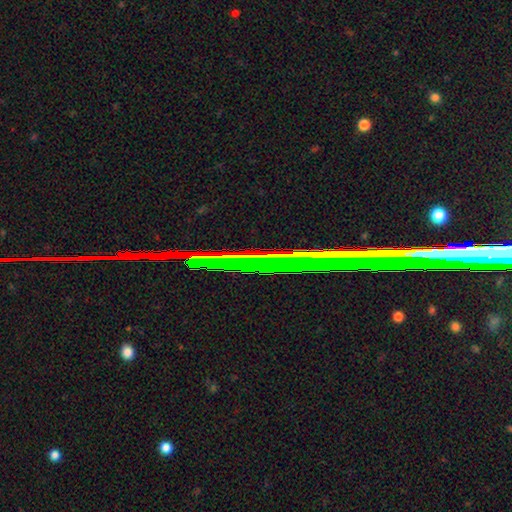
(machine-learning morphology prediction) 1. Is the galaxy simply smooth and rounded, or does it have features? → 76% star or artifact, 15% featured or disk, 9% smooth.